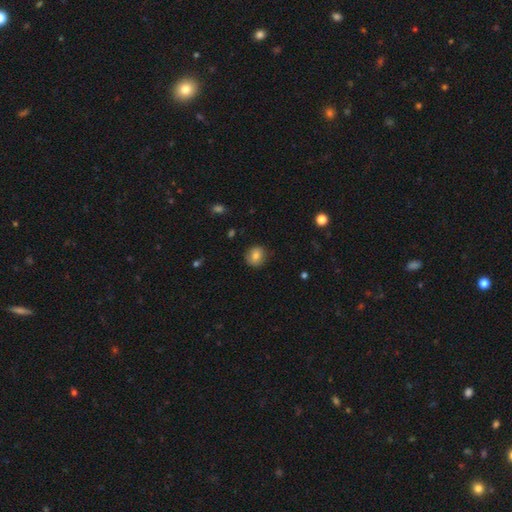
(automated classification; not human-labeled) smooth-or-featured: smooth: 81% | star or artifact: 10% | featured or disk: 10%
  how-rounded: round: 85% | in between: 14% | cigar-shaped: 1%
  merging: none: 88% | minor disturbance: 9% | major disturbance: 2% | merger: 1%